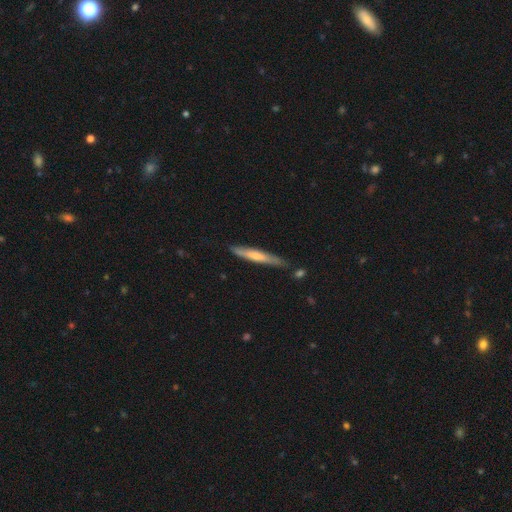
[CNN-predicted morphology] smooth_or_featured: smooth (p=0.56) [alt: featured or disk p=0.39]
how_rounded: cigar-shaped (p=0.94) [alt: in between p=0.05]
merging: none (p=0.80) [alt: minor disturbance p=0.14]